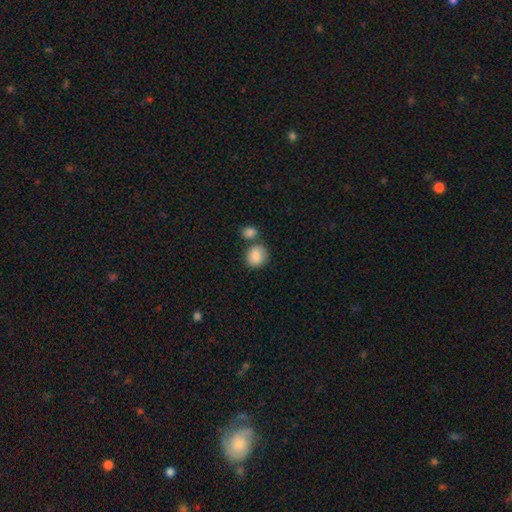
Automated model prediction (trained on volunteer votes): Smooth or featured? smooth (87%)
How rounded? round (69%)
Merging? none (57%)